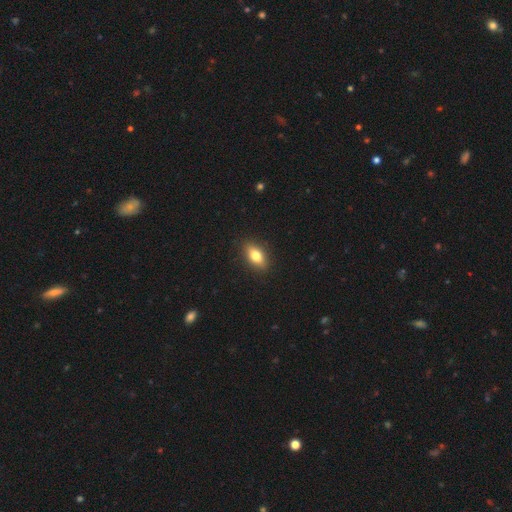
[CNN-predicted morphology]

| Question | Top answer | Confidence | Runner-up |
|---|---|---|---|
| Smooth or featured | smooth | 77% | featured or disk (16%) |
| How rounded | in between | 83% | cigar-shaped (9%) |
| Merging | none | 89% | minor disturbance (8%) |